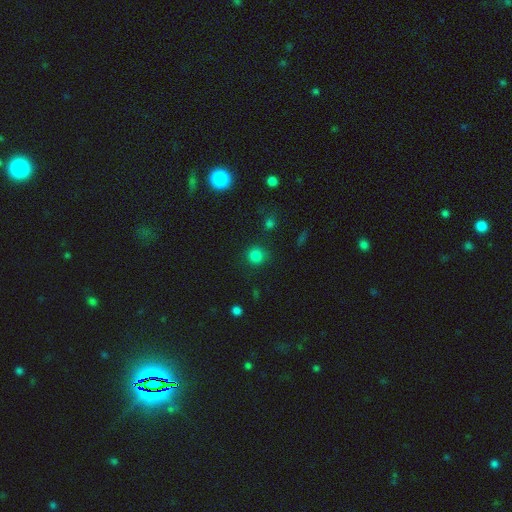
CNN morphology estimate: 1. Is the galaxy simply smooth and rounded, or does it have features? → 81% smooth, 15% star or artifact, 4% featured or disk.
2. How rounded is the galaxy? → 92% round, 7% in between, 1% cigar-shaped.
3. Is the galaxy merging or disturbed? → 85% none, 9% minor disturbance, 3% major disturbance, 3% merger.